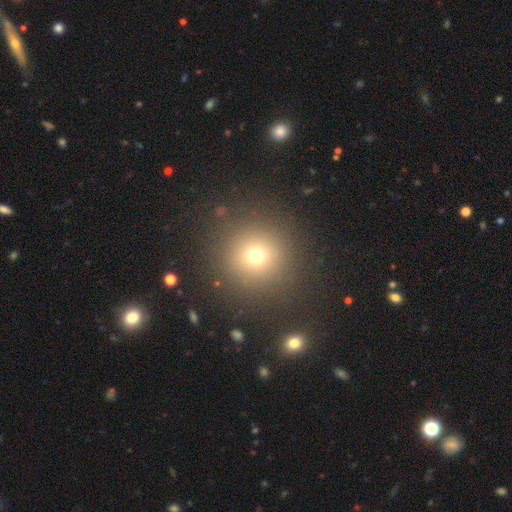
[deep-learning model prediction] Smooth or featured?
  - smooth: 70% *
  - star or artifact: 20%
  - featured or disk: 10%
How rounded?
  - round: 95% *
  - in between: 4%
  - cigar-shaped: 1%
Merging?
  - none: 87% *
  - minor disturbance: 6%
  - major disturbance: 4%
  - merger: 2%